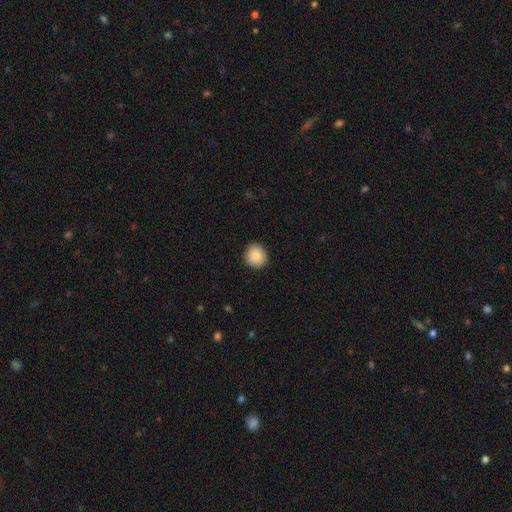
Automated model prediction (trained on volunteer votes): smooth_or_featured: smooth (p=0.88) [alt: star or artifact p=0.07]
how_rounded: round (p=0.86) [alt: in between p=0.13]
merging: none (p=0.89) [alt: minor disturbance p=0.08]